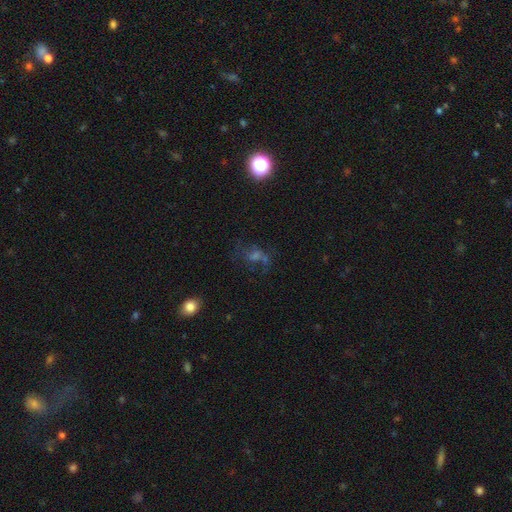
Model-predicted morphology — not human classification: star or artifact 41%, featured or disk 30%, smooth 29%.